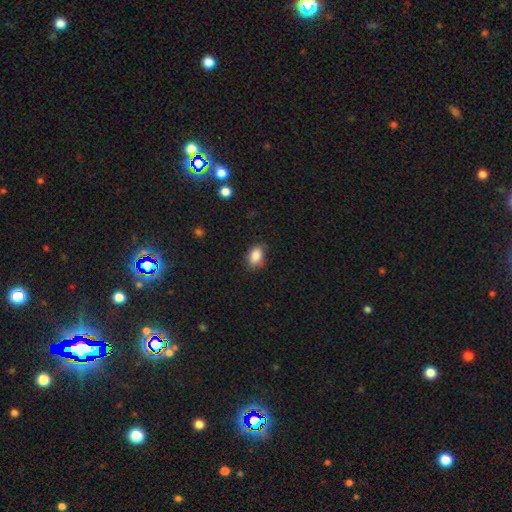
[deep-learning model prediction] Overall: smooth (87%). How rounded: in between (82%). Merging: none (76%).